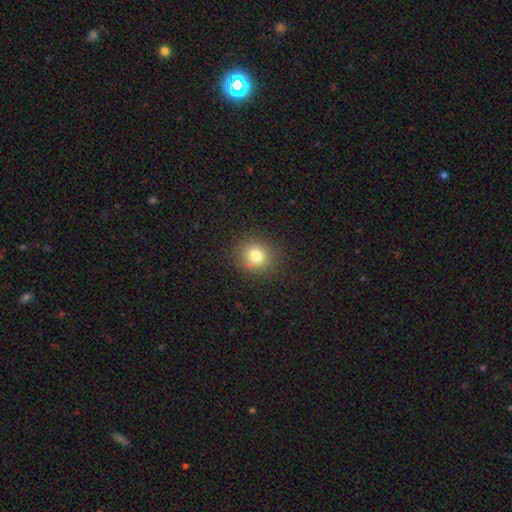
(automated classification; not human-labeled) This appears to be a smooth galaxy with no disk features (79%) that is round (87%). Merging: none (88%).